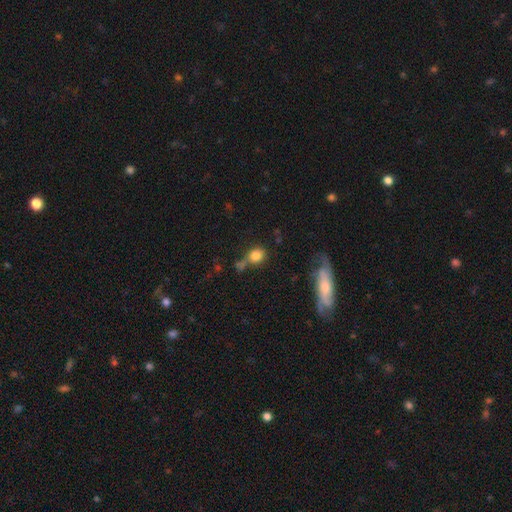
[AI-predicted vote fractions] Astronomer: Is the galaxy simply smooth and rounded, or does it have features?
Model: smooth — 81%.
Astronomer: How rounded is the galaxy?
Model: round — 73%.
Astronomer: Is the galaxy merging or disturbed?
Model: none — 57%.